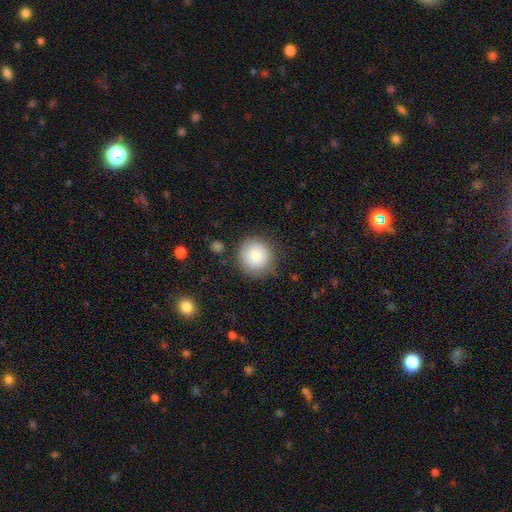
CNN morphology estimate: smooth_or_featured: smooth (p=0.80) [alt: featured or disk p=0.12]
how_rounded: round (p=0.93) [alt: in between p=0.06]
merging: none (p=0.81) [alt: minor disturbance p=0.13]